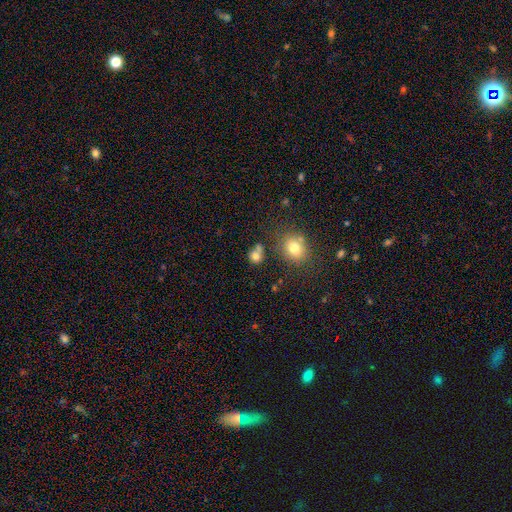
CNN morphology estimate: Smooth or featured? Predicted: smooth (p=0.77). How rounded? Predicted: round (p=0.79). Merging? Predicted: none (p=0.57).